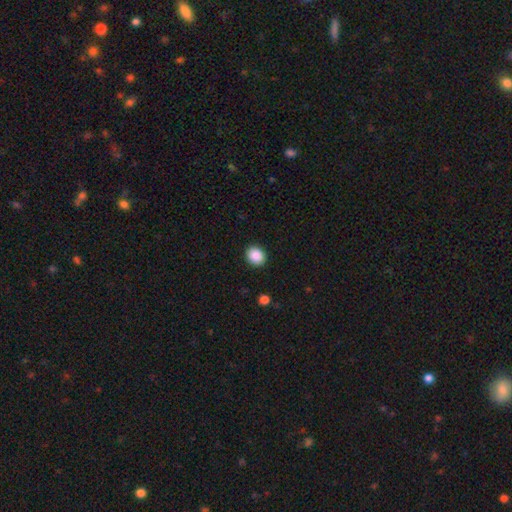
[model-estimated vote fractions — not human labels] smooth-or-featured: smooth: 88% | star or artifact: 8% | featured or disk: 4%
  how-rounded: round: 66% | in between: 33% | cigar-shaped: 1%
  merging: none: 91% | minor disturbance: 6% | major disturbance: 2% | merger: 1%